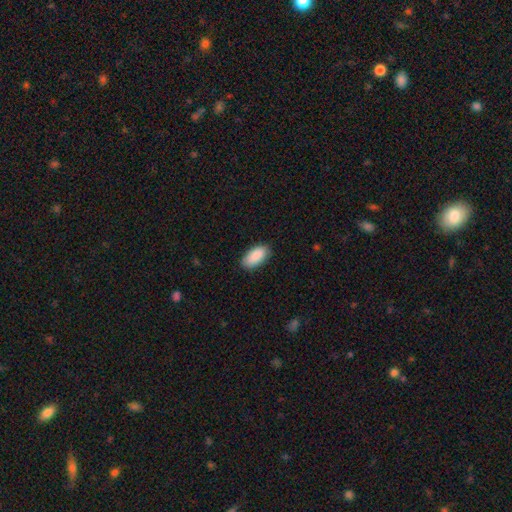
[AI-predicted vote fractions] Smooth or featured? smooth (90%)
How rounded? in between (93%)
Merging? none (86%)